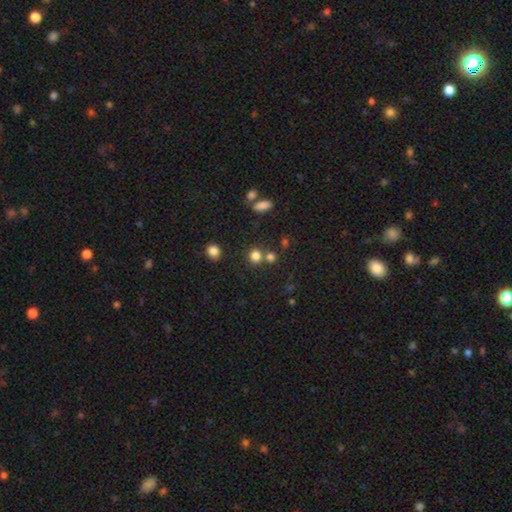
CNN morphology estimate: The model was most divided on "merging": none: 62%, merger: 26%, minor disturbance: 9%, major disturbance: 4%. More confident: smooth or featured — smooth (79%); how rounded — round (78%).